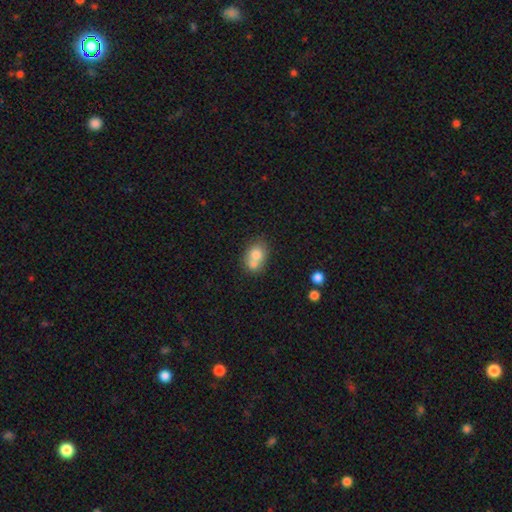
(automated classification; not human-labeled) Overall: smooth (73%). How rounded: in between (50%; round 49%). Merging: merger (53%; none 33%).